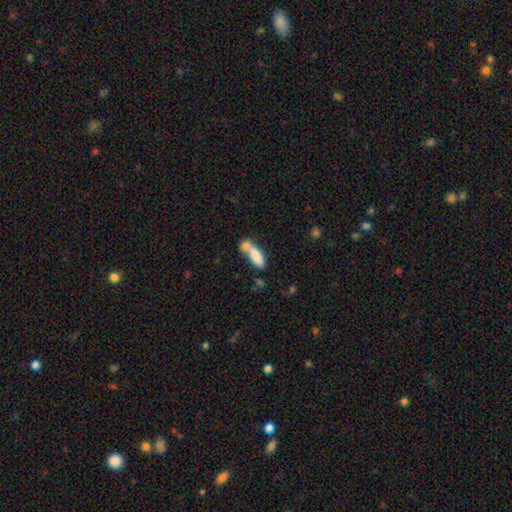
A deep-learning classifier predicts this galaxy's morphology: Overall: smooth (80%). How rounded: in between (62%; cigar-shaped 36%). Merging: merger (54%; none 31%).